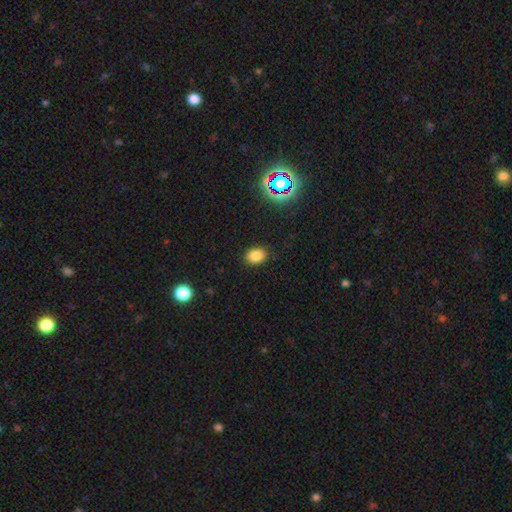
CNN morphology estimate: type=smooth (82%); roundness=in between (71%); merging=none (87%).